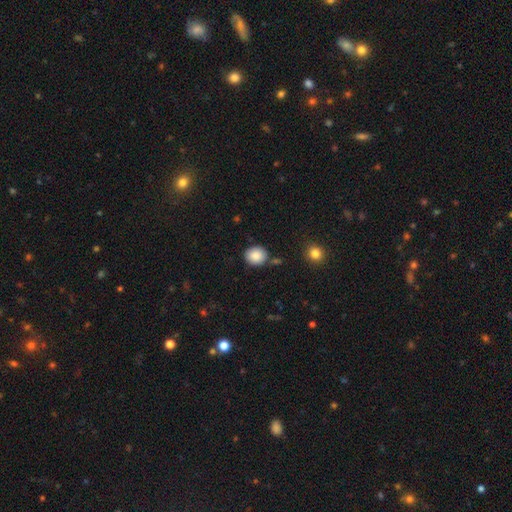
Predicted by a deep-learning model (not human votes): A smooth galaxy with no disk features (87%) that is round (79%). Merging: none (82%).